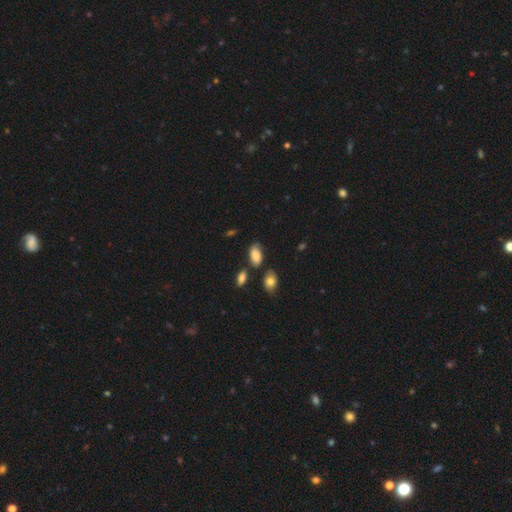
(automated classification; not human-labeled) smooth-or-featured: smooth: 80% | featured or disk: 12% | star or artifact: 8%
  how-rounded: in between: 93% | round: 4% | cigar-shaped: 3%
  merging: none: 69% | minor disturbance: 18% | merger: 9% | major disturbance: 4%